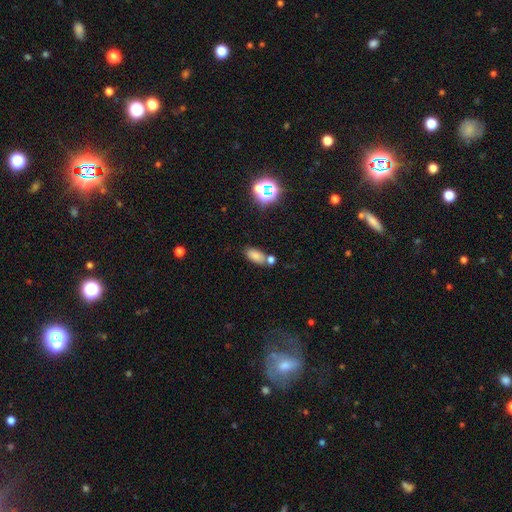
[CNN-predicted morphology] The model was most divided on "merging": none: 59%, merger: 23%, minor disturbance: 13%, major disturbance: 4%. More confident: how rounded — in between (88%); smooth or featured — smooth (77%).